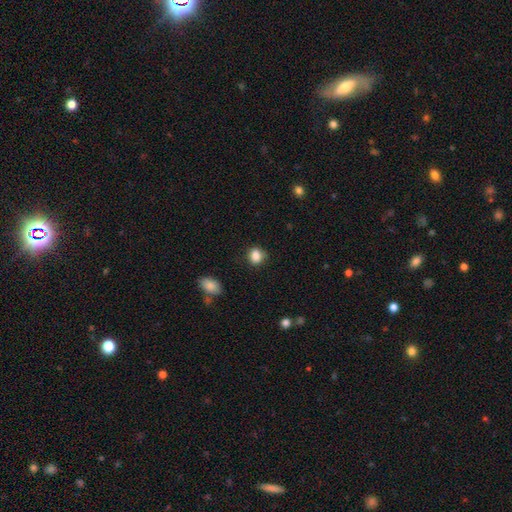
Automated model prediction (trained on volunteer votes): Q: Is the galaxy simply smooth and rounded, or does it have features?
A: smooth — 86%.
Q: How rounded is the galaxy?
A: round — 65%.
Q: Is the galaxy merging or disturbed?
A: none — 78%.